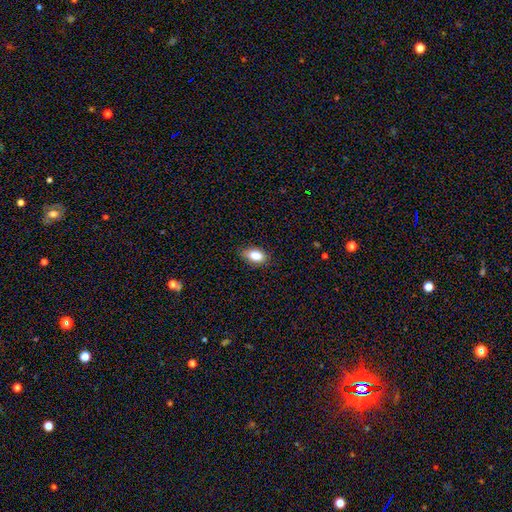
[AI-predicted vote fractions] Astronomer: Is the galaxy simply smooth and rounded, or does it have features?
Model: smooth — 86%.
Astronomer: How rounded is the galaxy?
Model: in between — 90%.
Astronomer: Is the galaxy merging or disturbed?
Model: none — 83%.